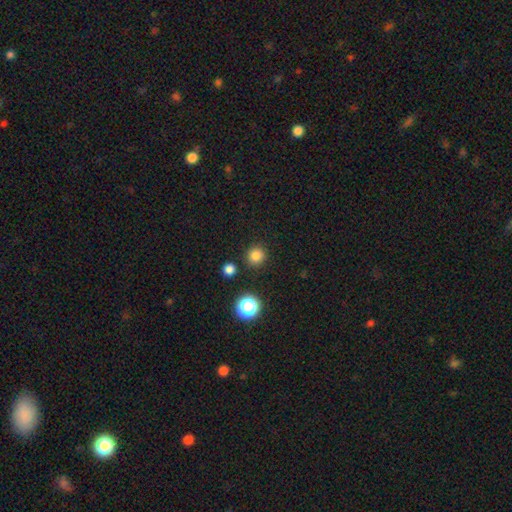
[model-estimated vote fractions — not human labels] A smooth galaxy with no disk features (81%) that is round (92%).

Vote fractions:
- Smooth or featured? smooth: 81% / star or artifact: 15% / featured or disk: 4%
- How rounded? round: 92% / in between: 7% / cigar-shaped: 1%
- Merging? none: 87% / minor disturbance: 7% / merger: 4% / major disturbance: 2%